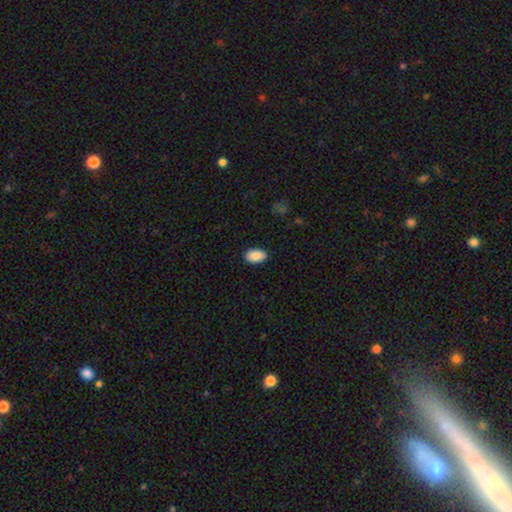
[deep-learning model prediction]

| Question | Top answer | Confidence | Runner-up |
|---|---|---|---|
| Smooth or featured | smooth | 90% | star or artifact (7%) |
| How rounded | in between | 93% | round (6%) |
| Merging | none | 88% | minor disturbance (9%) |